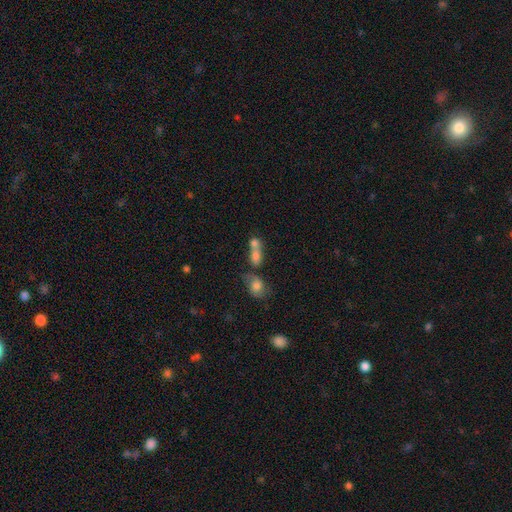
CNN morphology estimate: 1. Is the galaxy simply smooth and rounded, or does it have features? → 70% smooth, 17% featured or disk, 13% star or artifact.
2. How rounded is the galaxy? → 59% in between, 33% round, 7% cigar-shaped.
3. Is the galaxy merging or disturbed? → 60% merger, 26% none, 8% minor disturbance, 6% major disturbance.